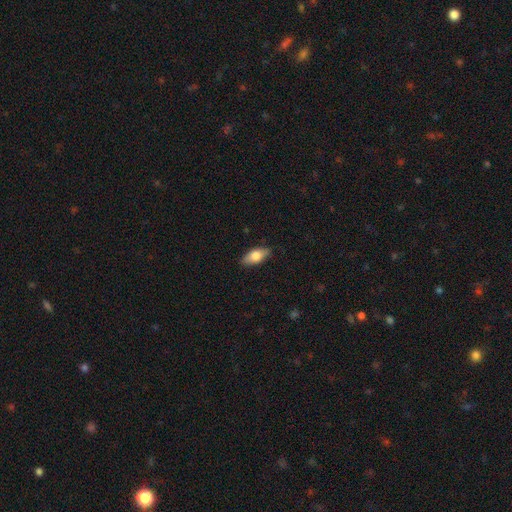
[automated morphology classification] type=smooth (74%); roundness=in between (85%); merging=none (85%).